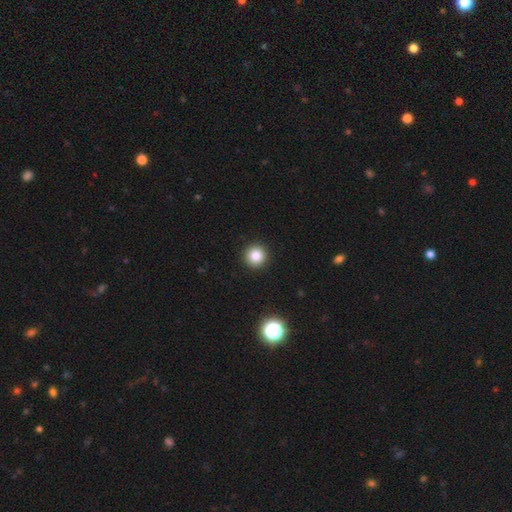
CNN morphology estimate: Overall: smooth (84%). How rounded: round (95%). Merging: none (93%).